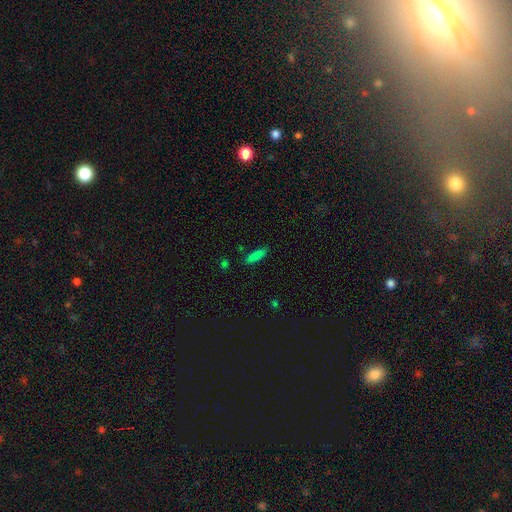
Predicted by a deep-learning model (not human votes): A smooth galaxy with no disk features (83%) that is cigar-shaped (61%).

Vote fractions:
- Smooth or featured? smooth: 83% / featured or disk: 9% / star or artifact: 9%
- How rounded? cigar-shaped: 61% / in between: 37% / round: 2%
- Merging? none: 85% / minor disturbance: 11% / major disturbance: 2% / merger: 2%